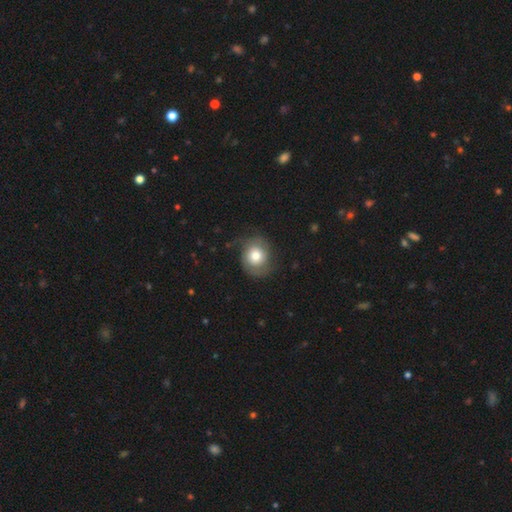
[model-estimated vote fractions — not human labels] Smooth or featured: smooth — 58% (featured or disk — 34%)
How rounded: round — 76% (in between — 23%)
Merging: none — 69% (minor disturbance — 20%)